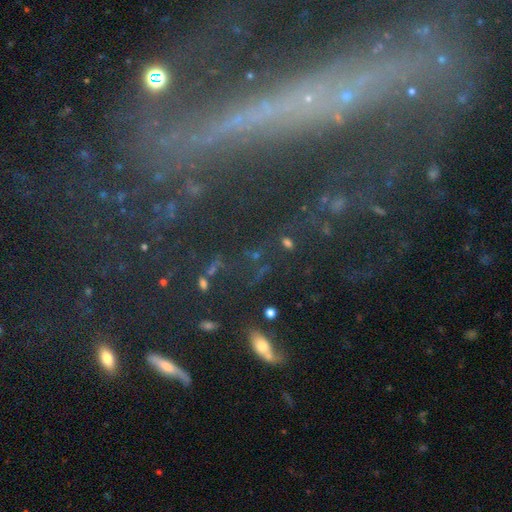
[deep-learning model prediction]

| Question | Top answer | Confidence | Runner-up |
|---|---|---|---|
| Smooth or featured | star or artifact | 41% | featured or disk (34%) |